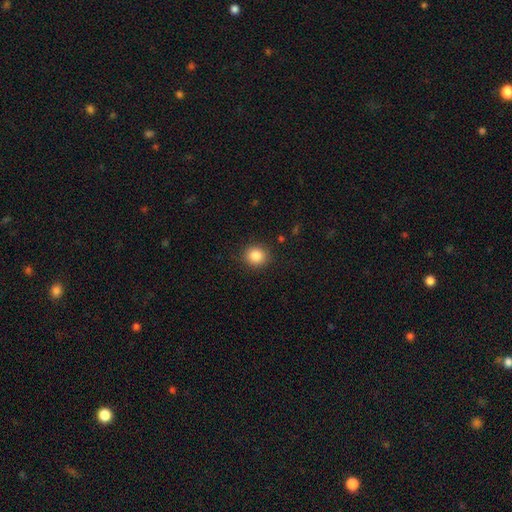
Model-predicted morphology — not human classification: The model was most divided on "how rounded": round: 85%, in between: 15%, cigar-shaped: 1%. More confident: merging — none (89%); smooth or featured — smooth (85%).